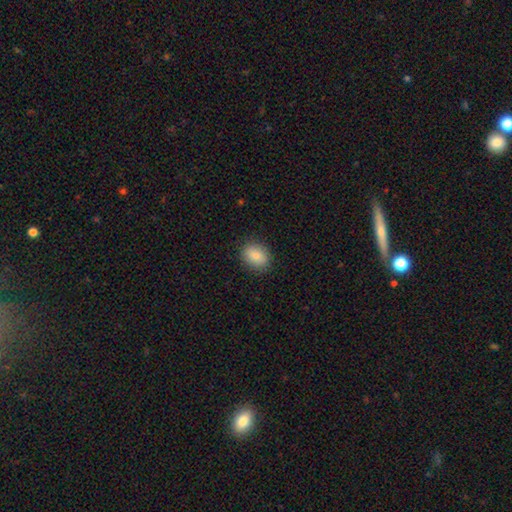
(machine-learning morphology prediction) Smooth or featured? smooth (86%)
How rounded? in between (54%)
Merging? none (88%)